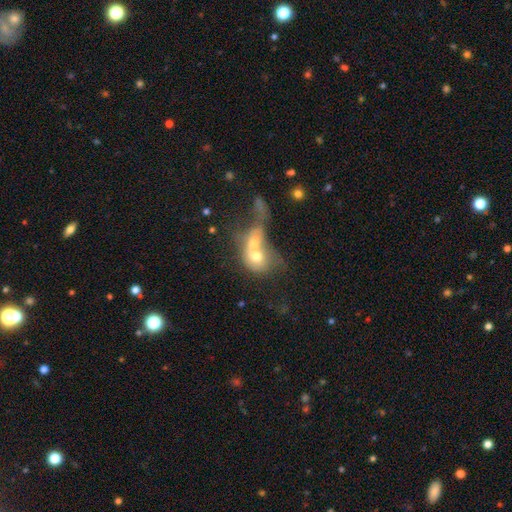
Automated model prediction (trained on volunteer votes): smooth-or-featured: smooth: 57% | featured or disk: 34% | star or artifact: 10%
  how-rounded: round: 52% | in between: 46% | cigar-shaped: 3%
  merging: merger: 78% | major disturbance: 10% | none: 8% | minor disturbance: 4%